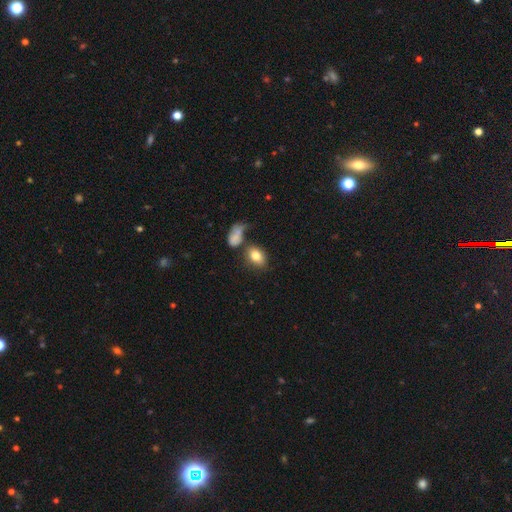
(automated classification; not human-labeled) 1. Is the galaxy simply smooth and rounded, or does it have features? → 80% smooth, 11% featured or disk, 9% star or artifact.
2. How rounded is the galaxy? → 76% in between, 22% round, 2% cigar-shaped.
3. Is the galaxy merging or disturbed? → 55% none, 18% merger, 17% minor disturbance, 10% major disturbance.